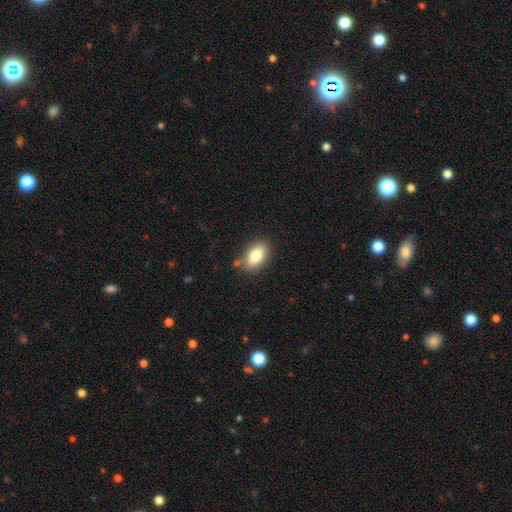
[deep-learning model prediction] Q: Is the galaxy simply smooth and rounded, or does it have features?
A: smooth — 81%.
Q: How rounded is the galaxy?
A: in between — 89%.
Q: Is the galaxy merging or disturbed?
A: none — 78%.